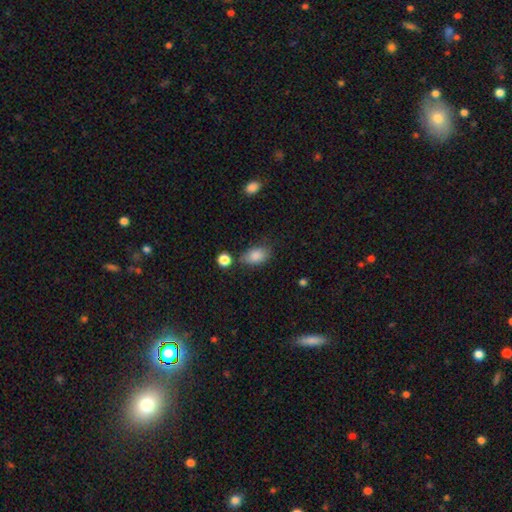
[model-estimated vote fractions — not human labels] smooth 85%, star or artifact 8%, featured or disk 7%. Down the decision tree: how rounded — in between (88%); merging — none (64%).